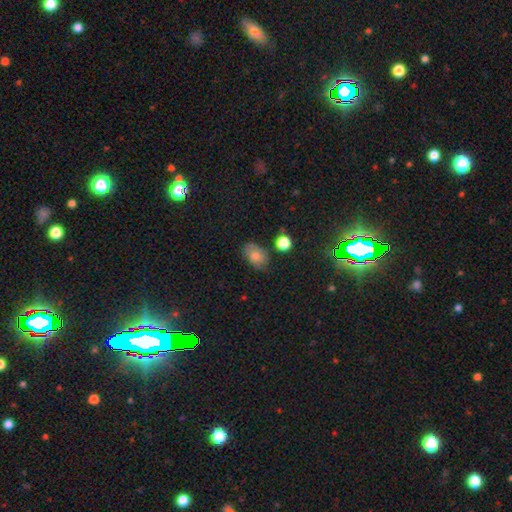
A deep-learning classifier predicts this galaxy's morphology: Q: Smooth or featured?
A: smooth (75%); runner-up: featured or disk (14%)
Q: How rounded?
A: in between (82%); runner-up: round (16%)
Q: Merging?
A: none (67%); runner-up: minor disturbance (23%)